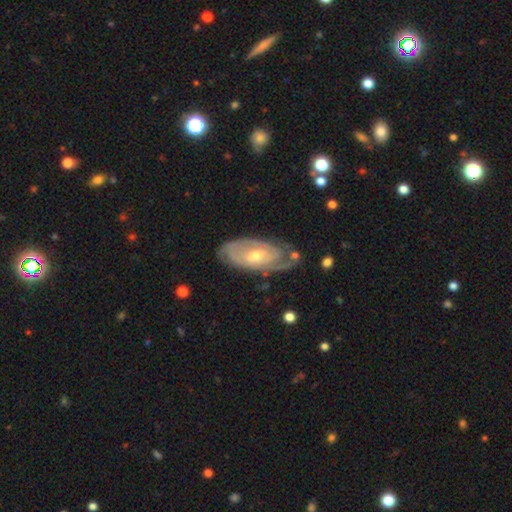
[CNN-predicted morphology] The model was most divided on "bulge size": moderate: 49%, small: 48%, large: 2%, none: 1%, dominant: 1%. Remaining: edge-on disk — no (92%); spiral arms — yes (88%); smooth or featured — featured or disk (80%); spiral winding — tight (68%); merging — none (66%); bar — no (56%); spiral arm count — can't tell (40%).